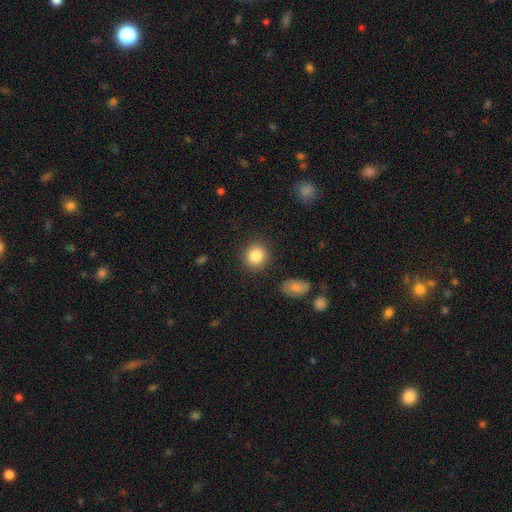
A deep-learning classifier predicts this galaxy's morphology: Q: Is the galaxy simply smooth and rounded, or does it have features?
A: smooth — 85%.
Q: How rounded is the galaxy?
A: round — 87%.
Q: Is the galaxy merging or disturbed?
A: none — 88%.